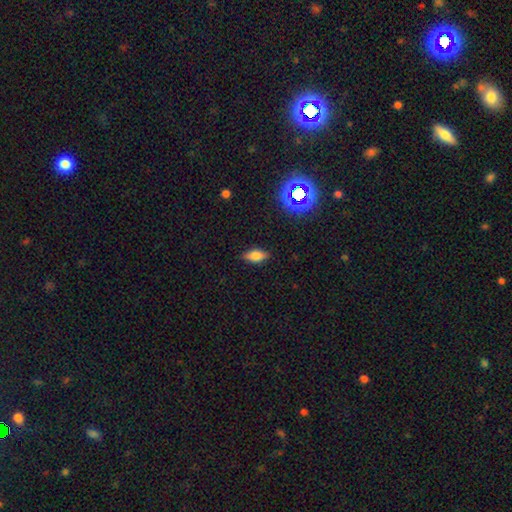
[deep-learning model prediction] The model was most divided on "smooth or featured": smooth: 65%, featured or disk: 24%, star or artifact: 12%. More confident: merging — none (87%); how rounded — in between (80%).